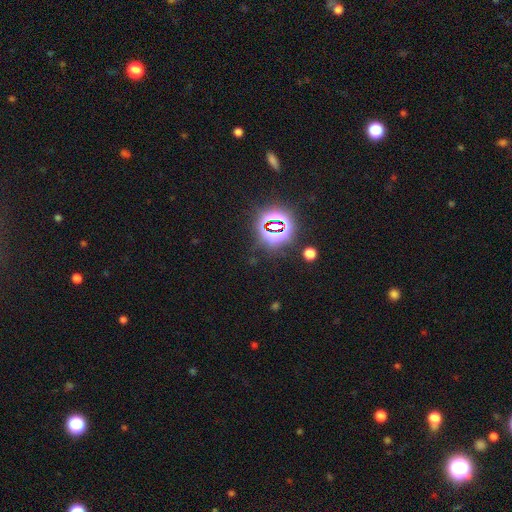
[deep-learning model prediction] This appears to be a star or artifact, not a galaxy (81%).